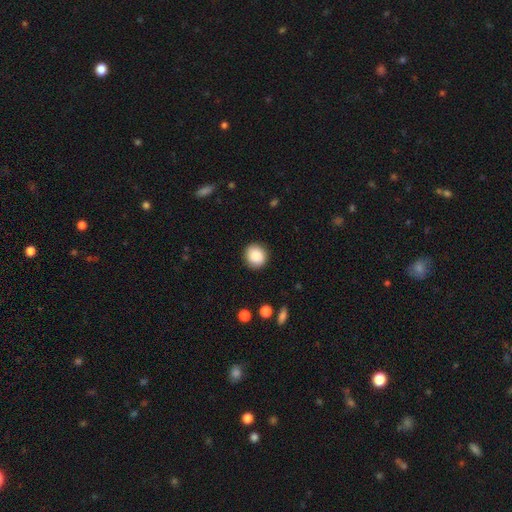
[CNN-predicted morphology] Q: Smooth or featured?
A: smooth (87%); runner-up: star or artifact (8%)
Q: How rounded?
A: round (86%); runner-up: in between (13%)
Q: Merging?
A: none (89%); runner-up: minor disturbance (8%)